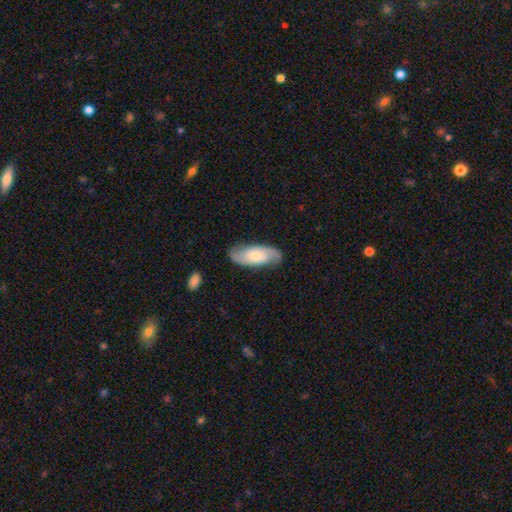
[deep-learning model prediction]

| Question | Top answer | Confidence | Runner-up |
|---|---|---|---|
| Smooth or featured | featured or disk | 57% | smooth (37%) |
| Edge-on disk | no | 90% | yes (10%) |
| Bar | no | 64% | weak (29%) |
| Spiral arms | yes | 89% | no (11%) |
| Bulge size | moderate | 49% | small (38%) |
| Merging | none | 79% | minor disturbance (15%) |